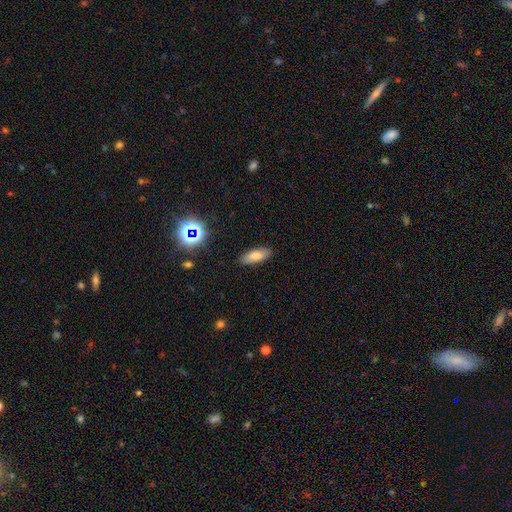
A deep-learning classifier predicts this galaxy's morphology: Smooth or featured: smooth — 75% (featured or disk — 14%)
How rounded: in between — 72% (cigar-shaped — 26%)
Merging: none — 86% (minor disturbance — 10%)